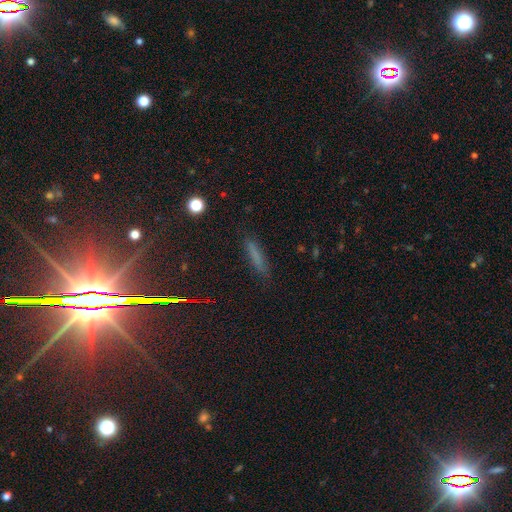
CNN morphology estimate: A smooth galaxy with no disk features (67%) that is cigar-shaped (87%). Merging: none (83%).